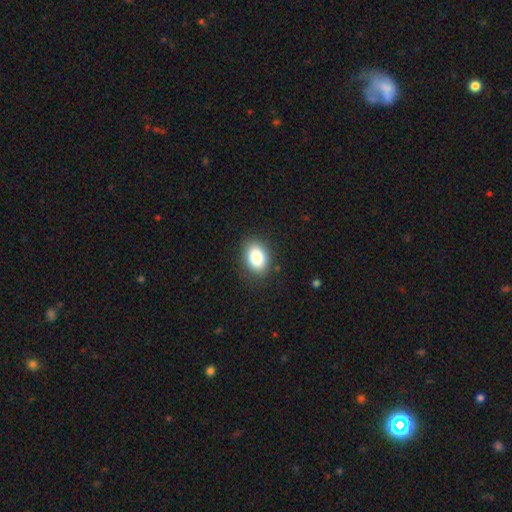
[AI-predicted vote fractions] Q: Smooth or featured?
A: smooth (84%); runner-up: star or artifact (8%)
Q: How rounded?
A: in between (78%); runner-up: round (21%)
Q: Merging?
A: none (86%); runner-up: minor disturbance (10%)